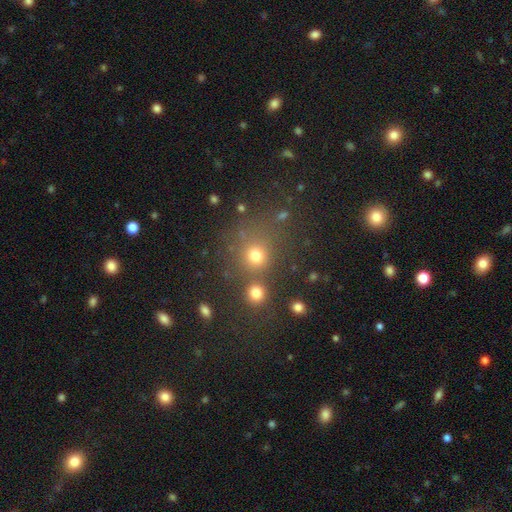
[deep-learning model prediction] Overall: smooth (72%). How rounded: round (86%). Merging: none (64%).